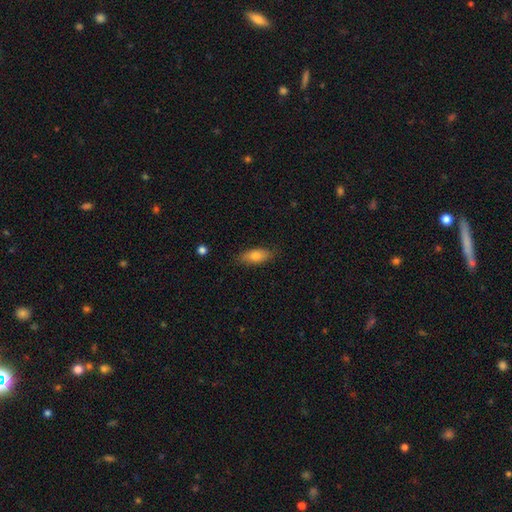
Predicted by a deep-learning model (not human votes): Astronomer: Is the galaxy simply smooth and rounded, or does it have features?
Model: smooth — 75%.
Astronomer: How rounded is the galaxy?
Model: in between — 76%.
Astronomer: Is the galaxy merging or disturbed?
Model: none — 84%.